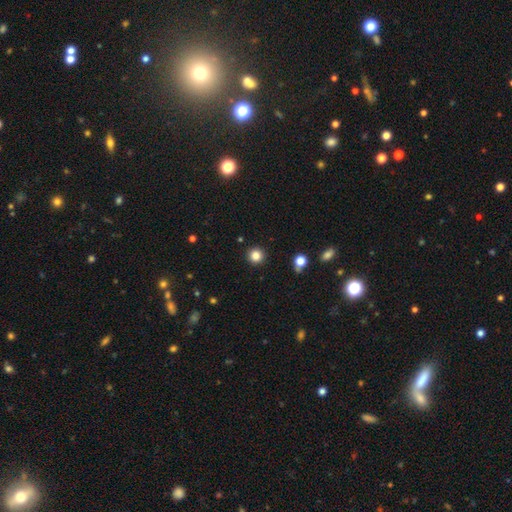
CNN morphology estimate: smooth-or-featured: smooth: 84% | star or artifact: 12% | featured or disk: 4%
  how-rounded: round: 95% | in between: 4% | cigar-shaped: 1%
  merging: none: 93% | minor disturbance: 4% | major disturbance: 2% | merger: 1%